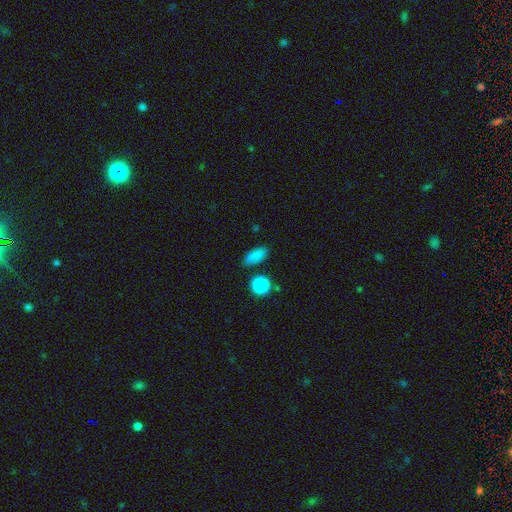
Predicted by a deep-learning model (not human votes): This appears to be a smooth galaxy with no disk features (81%) that is in between round and cigar-shaped (79%). Merging: none (80%).